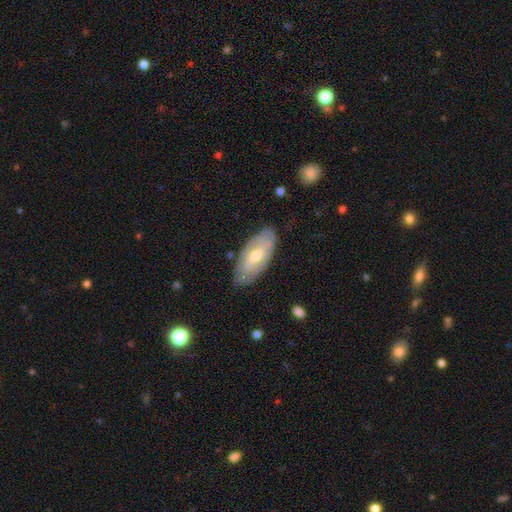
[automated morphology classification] smooth-or-featured: featured or disk: 63% | smooth: 31% | star or artifact: 6%
  disk-edge-on: no: 88% | yes: 12%
    bar: weak: 50% | no: 31% | strong: 20%
    has-spiral-arms: yes: 72% | no: 28%
    bulge-size: moderate: 57% | small: 38% | large: 3% | none: 1% | dominant: 1%
  merging: none: 80% | minor disturbance: 16% | major disturbance: 3% | merger: 1%